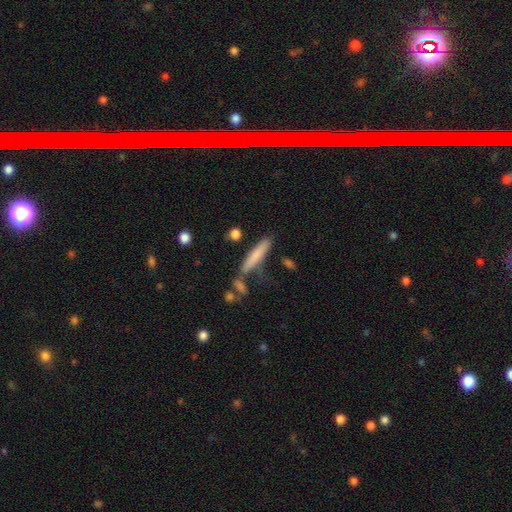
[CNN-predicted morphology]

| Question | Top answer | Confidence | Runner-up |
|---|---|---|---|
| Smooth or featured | smooth | 74% | featured or disk (20%) |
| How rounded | cigar-shaped | 86% | in between (12%) |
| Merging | none | 68% | minor disturbance (16%) |